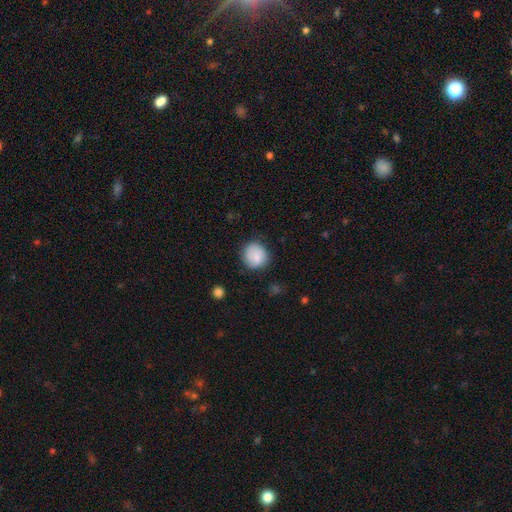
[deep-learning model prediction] smooth_or_featured: smooth (p=0.80) [alt: featured or disk p=0.12]
how_rounded: round (p=0.84) [alt: in between p=0.15]
merging: none (p=0.76) [alt: minor disturbance p=0.18]